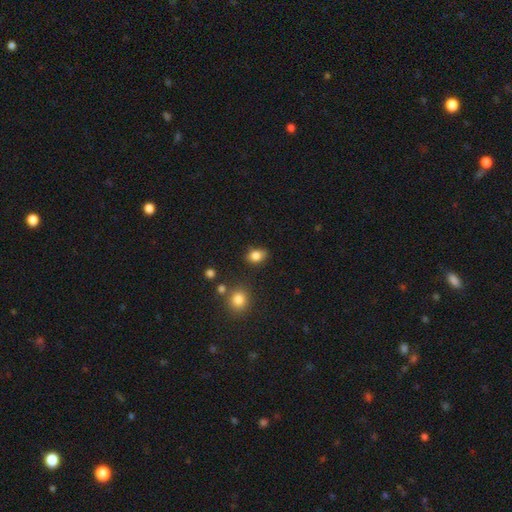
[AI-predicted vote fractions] smooth-or-featured: smooth: 83% | star or artifact: 10% | featured or disk: 6%
  how-rounded: in between: 68% | round: 31% | cigar-shaped: 1%
  merging: none: 75% | minor disturbance: 17% | major disturbance: 4% | merger: 4%